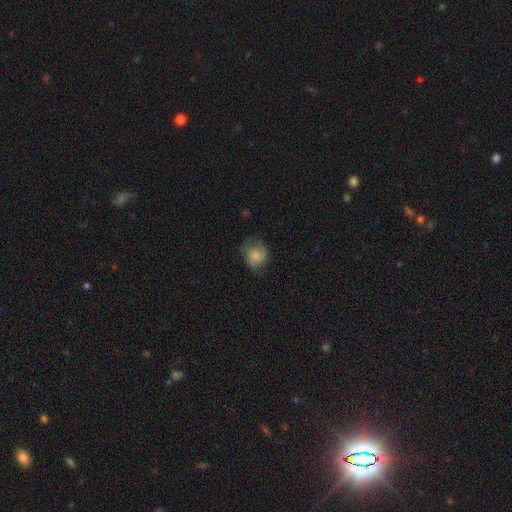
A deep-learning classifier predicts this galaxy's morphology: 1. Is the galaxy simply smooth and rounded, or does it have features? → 67% smooth, 25% featured or disk, 8% star or artifact.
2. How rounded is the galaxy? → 74% round, 25% in between, 1% cigar-shaped.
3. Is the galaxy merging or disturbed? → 54% none, 29% minor disturbance, 15% major disturbance, 1% merger.